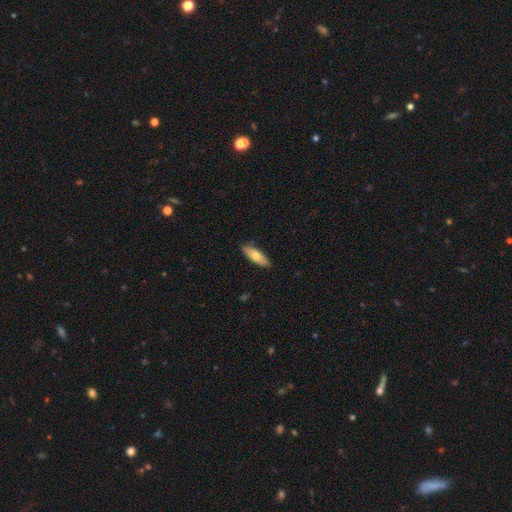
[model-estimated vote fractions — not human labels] A smooth galaxy with no disk features (65%) that is in between round and cigar-shaped (62%). Merging: none (88%).